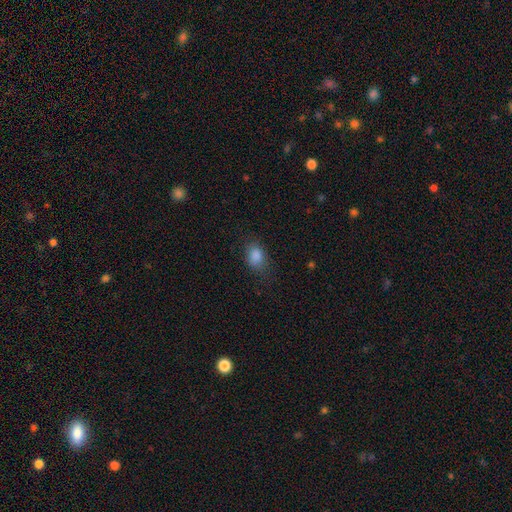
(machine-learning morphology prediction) This appears to be a smooth galaxy with no disk features (85%) that is in between round and cigar-shaped (73%). Merging: none (70%).